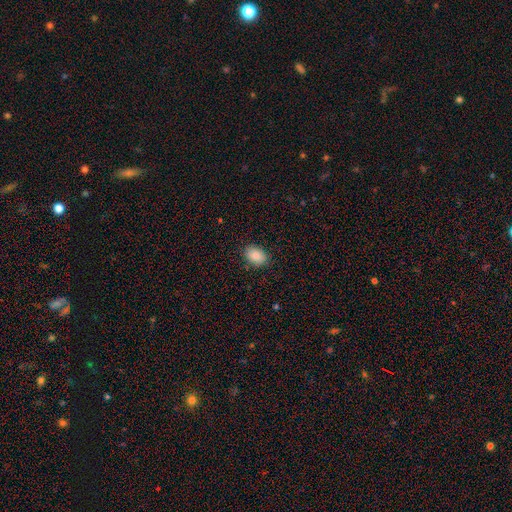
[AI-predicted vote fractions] A smooth galaxy with no disk features (87%) that is in between round and cigar-shaped (82%). Merging: none (87%).